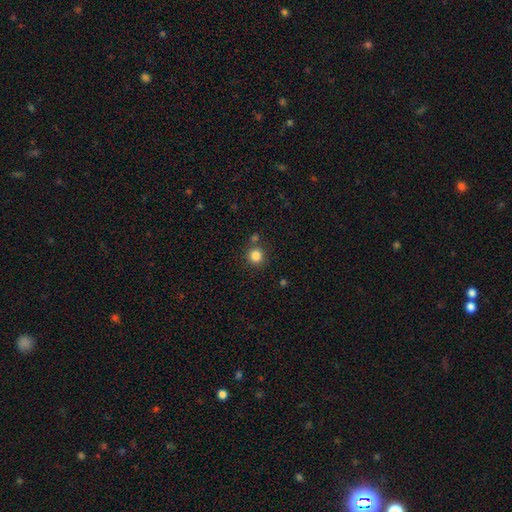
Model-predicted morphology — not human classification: This is clearly a smooth galaxy (84%). How rounded: clearly round (93%). Merging: likely none (79%).